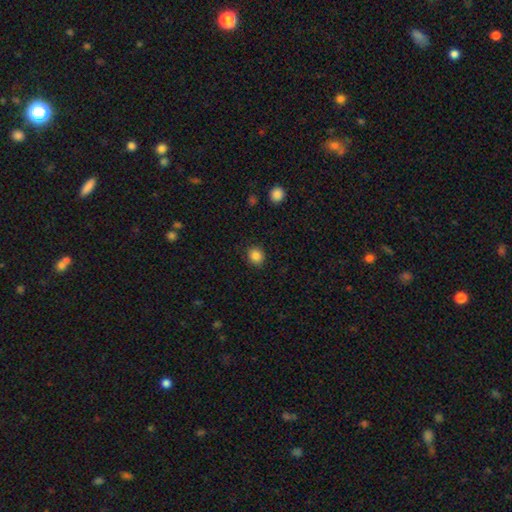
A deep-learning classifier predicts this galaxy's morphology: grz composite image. It shows a smooth galaxy with no disk features (85%) that is round (79%). Merging: none (88%).